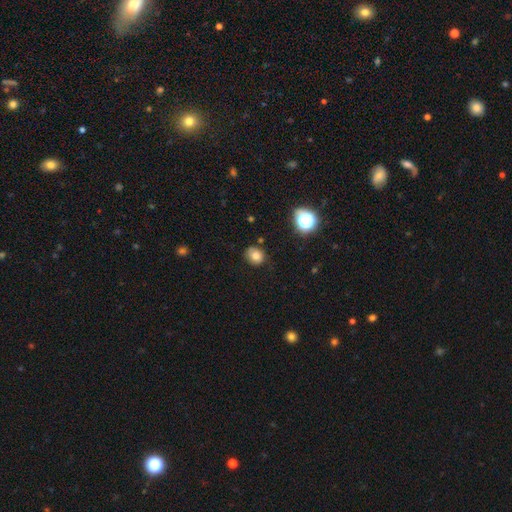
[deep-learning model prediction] Morphology: type=smooth (76%); roundness=round (63%); merging=none (73%).